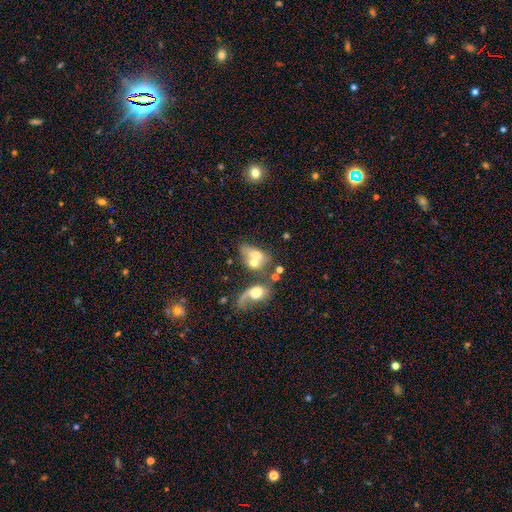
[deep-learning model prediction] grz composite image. It shows a smooth galaxy with no disk features (54%) that is in between round and cigar-shaped (69%). Merging: merger (61%).